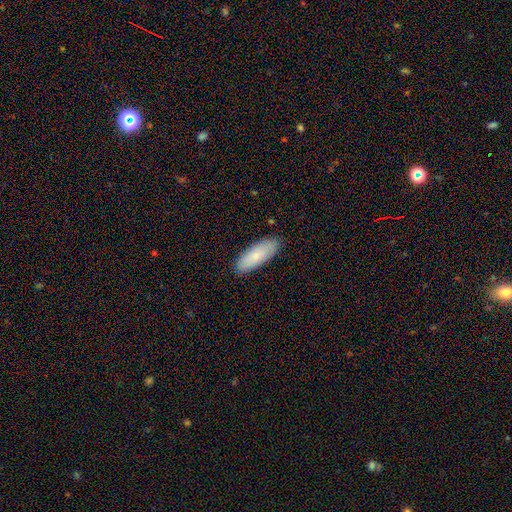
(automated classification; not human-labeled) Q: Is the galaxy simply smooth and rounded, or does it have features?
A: smooth — 86%.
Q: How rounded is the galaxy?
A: in between — 68%.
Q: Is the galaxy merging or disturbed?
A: none — 88%.